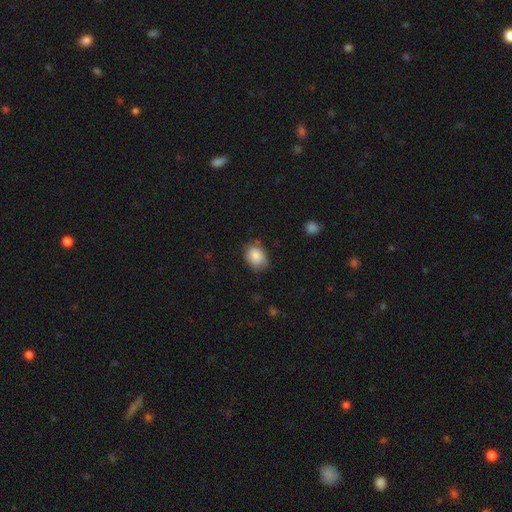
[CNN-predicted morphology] The model was most divided on "how rounded": in between: 65%, round: 34%, cigar-shaped: 1%. More confident: smooth or featured — smooth (84%); merging — none (70%).